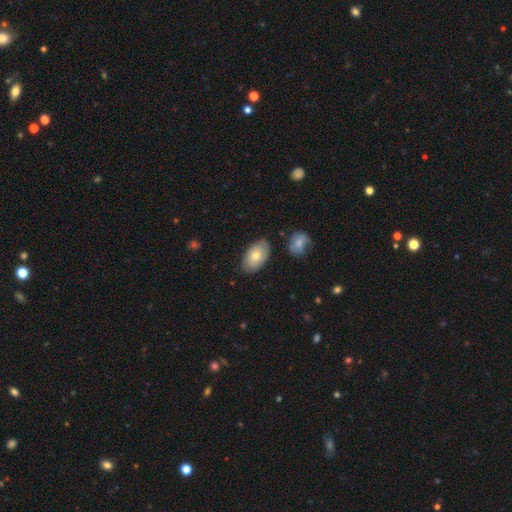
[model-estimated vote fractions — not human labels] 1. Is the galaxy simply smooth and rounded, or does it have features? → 73% smooth, 20% featured or disk, 6% star or artifact.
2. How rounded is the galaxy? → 94% in between, 5% round, 2% cigar-shaped.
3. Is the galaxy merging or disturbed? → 80% none, 14% minor disturbance, 3% merger, 3% major disturbance.